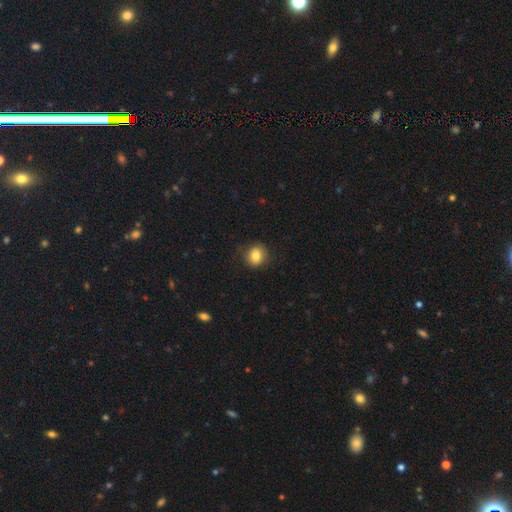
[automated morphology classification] The model was most divided on "how rounded": round: 81%, in between: 18%, cigar-shaped: 1%. More confident: merging — none (84%); smooth or featured — smooth (82%).